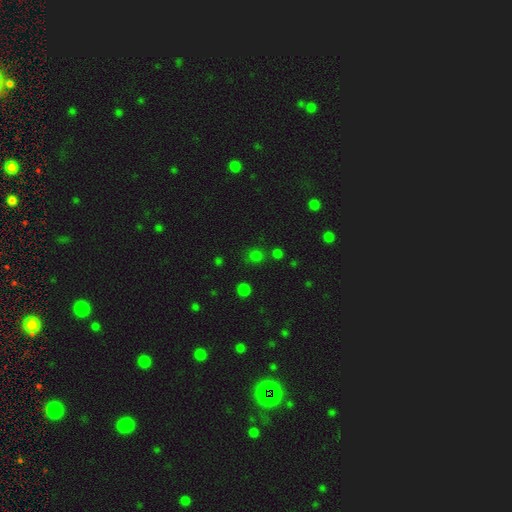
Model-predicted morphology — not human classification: type=smooth (69%); roundness=round (84%); merging=none (78%).